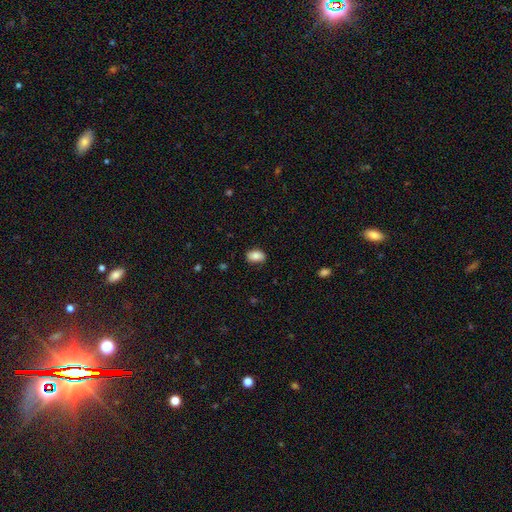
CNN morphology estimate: A smooth galaxy with no disk features (83%) that is in between round and cigar-shaped (85%).

Vote fractions:
- Smooth or featured? smooth: 83% / featured or disk: 9% / star or artifact: 8%
- How rounded? in between: 85% / round: 13% / cigar-shaped: 1%
- Merging? none: 79% / minor disturbance: 17% / major disturbance: 3% / merger: 1%